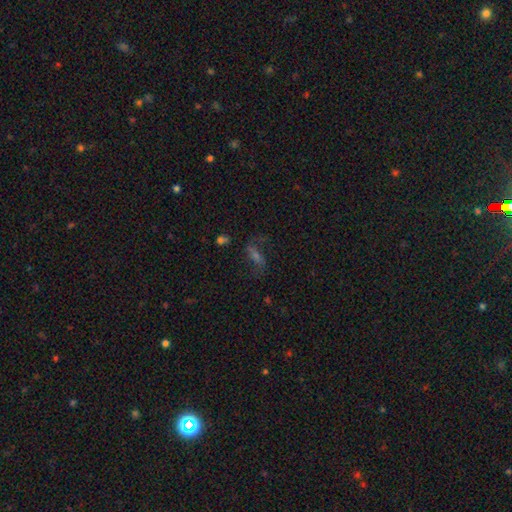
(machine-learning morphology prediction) Smooth or featured? featured or disk (45%)
Merging? none (66%)